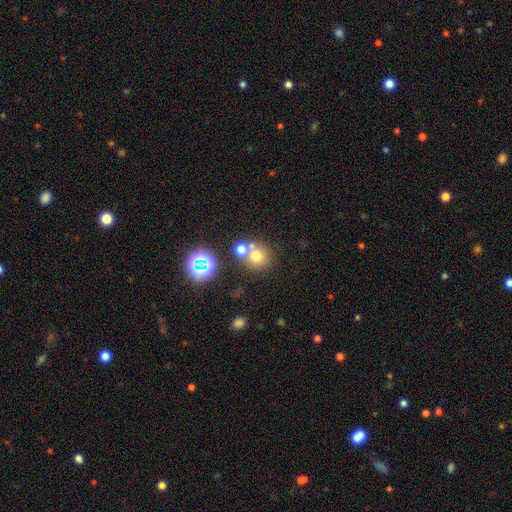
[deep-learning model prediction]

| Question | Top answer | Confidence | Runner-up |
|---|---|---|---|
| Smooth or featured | smooth | 66% | star or artifact (21%) |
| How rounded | round | 89% | in between (10%) |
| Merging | none | 56% | merger (32%) |